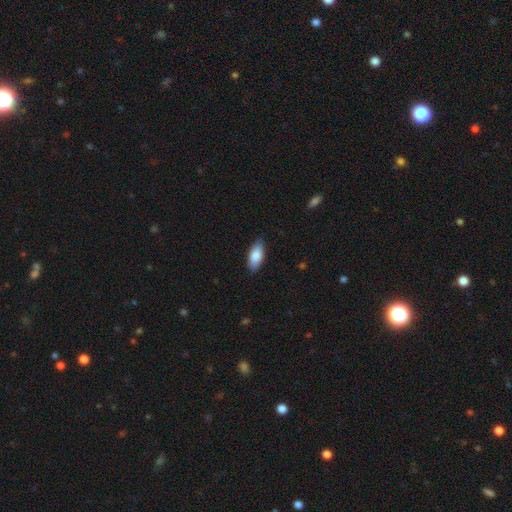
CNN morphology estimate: Smooth or featured?
  - smooth: 85% *
  - featured or disk: 9%
  - star or artifact: 6%
How rounded?
  - in between: 89% *
  - cigar-shaped: 9%
  - round: 2%
Merging?
  - none: 86% *
  - minor disturbance: 11%
  - major disturbance: 2%
  - merger: 1%